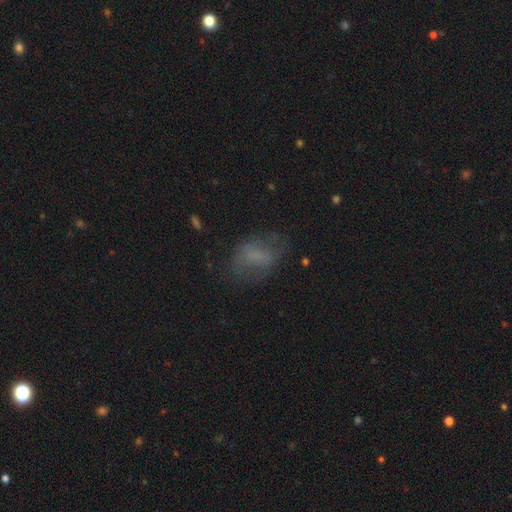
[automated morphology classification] The model was most divided on "smooth or featured": smooth: 57%, featured or disk: 28%, star or artifact: 15%. More confident: how rounded — in between (78%); merging — none (54%).